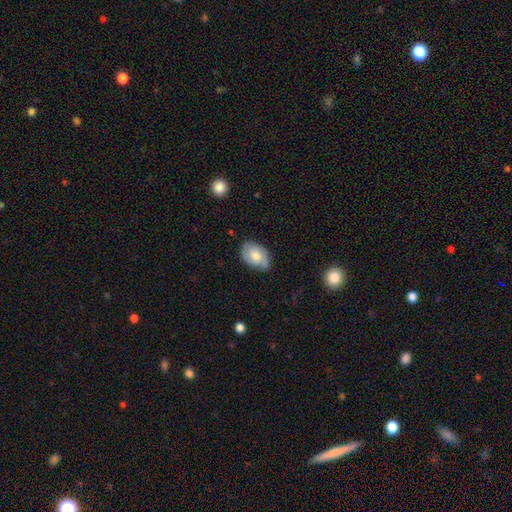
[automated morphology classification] Smooth or featured?
  - smooth: 54% *
  - featured or disk: 39%
  - star or artifact: 7%
How rounded?
  - in between: 84% *
  - round: 14%
  - cigar-shaped: 1%
Merging?
  - none: 66% *
  - minor disturbance: 27%
  - major disturbance: 5%
  - merger: 2%